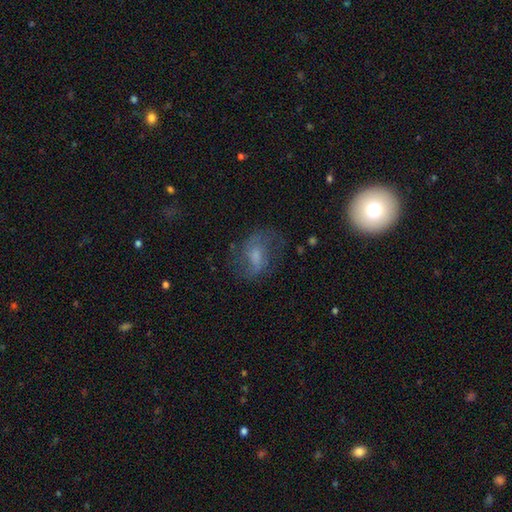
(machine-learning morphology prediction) featured or disk 59%, smooth 30%, star or artifact 11%. Down the decision tree: edge-on disk — no (96%); bar — weak (49%); spiral arms — yes (81%); bulge size — moderate (38%); merging — none (60%).